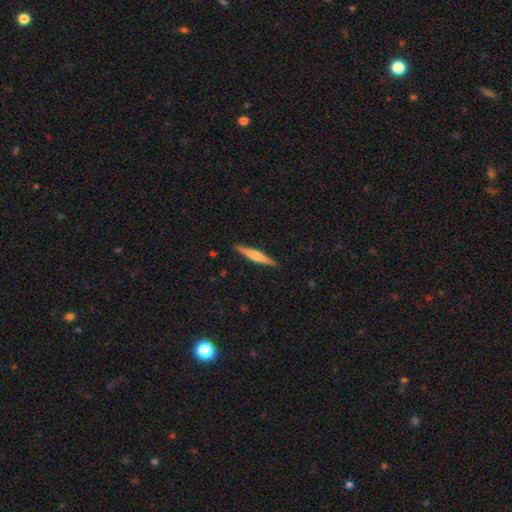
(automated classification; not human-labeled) Smooth or featured? Predicted: smooth (p=0.48). Merging? Predicted: none (p=0.90).